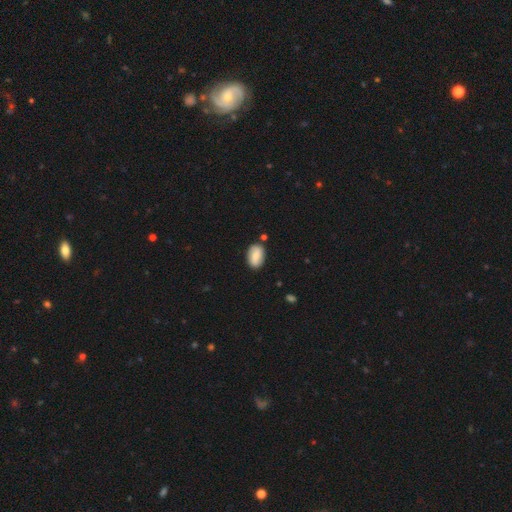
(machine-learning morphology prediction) type=smooth (68%); roundness=in between (89%); merging=none (82%).